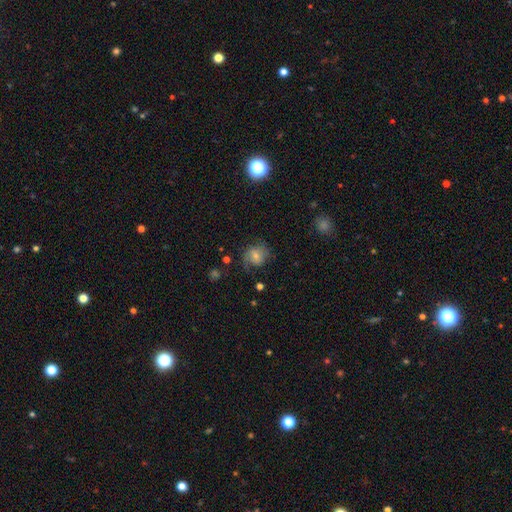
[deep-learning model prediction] smooth_or_featured: smooth (p=0.47) [alt: featured or disk p=0.43]
merging: none (p=0.60) [alt: minor disturbance p=0.23]